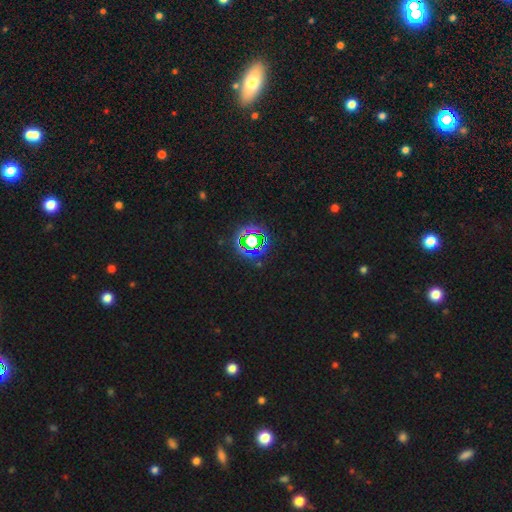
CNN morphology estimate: This appears to be a star or artifact, not a galaxy (77%).